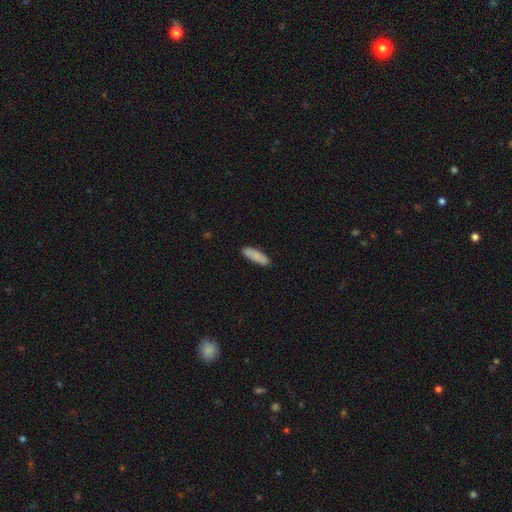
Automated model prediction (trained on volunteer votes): A smooth galaxy with no disk features (81%) that is cigar-shaped (52%).

Vote fractions:
- Smooth or featured? smooth: 81% / featured or disk: 13% / star or artifact: 6%
- How rounded? cigar-shaped: 52% / in between: 46% / round: 2%
- Merging? none: 85% / minor disturbance: 11% / major disturbance: 2% / merger: 2%